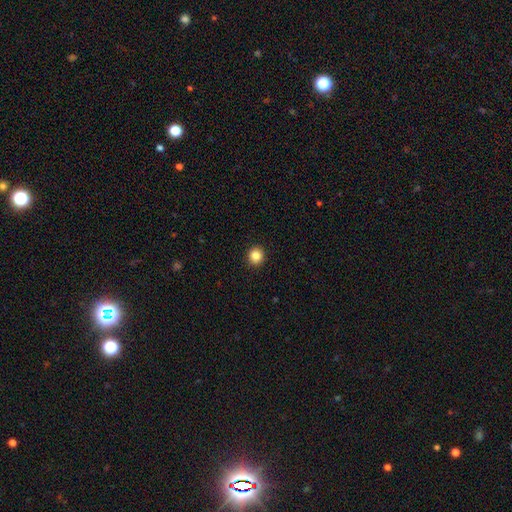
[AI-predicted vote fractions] Smooth or featured?
  - smooth: 85% *
  - star or artifact: 11%
  - featured or disk: 4%
How rounded?
  - round: 89% *
  - in between: 10%
  - cigar-shaped: 1%
Merging?
  - none: 93% *
  - minor disturbance: 5%
  - major disturbance: 2%
  - merger: 1%